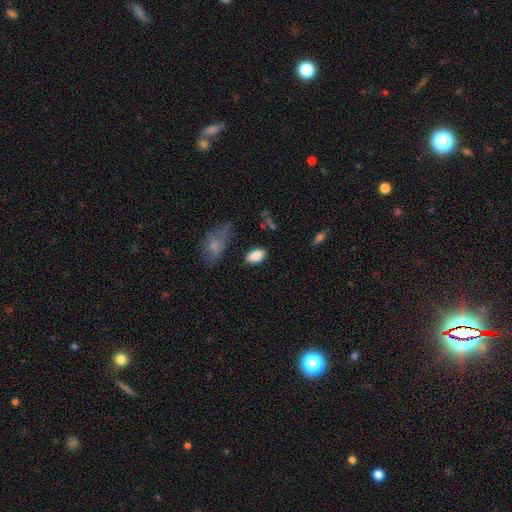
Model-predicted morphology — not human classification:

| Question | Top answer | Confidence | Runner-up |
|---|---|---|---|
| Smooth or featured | smooth | 86% | star or artifact (8%) |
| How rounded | in between | 92% | round (6%) |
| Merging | none | 82% | minor disturbance (12%) |